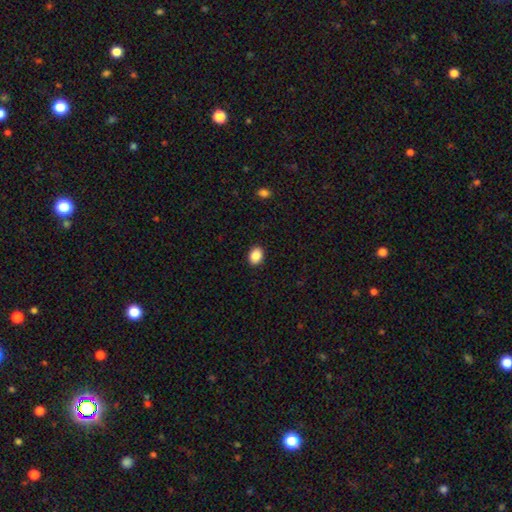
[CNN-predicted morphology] smooth-or-featured: smooth: 88% | star or artifact: 8% | featured or disk: 3%
  how-rounded: in between: 67% | round: 32% | cigar-shaped: 1%
  merging: none: 91% | minor disturbance: 7% | major disturbance: 2% | merger: 1%